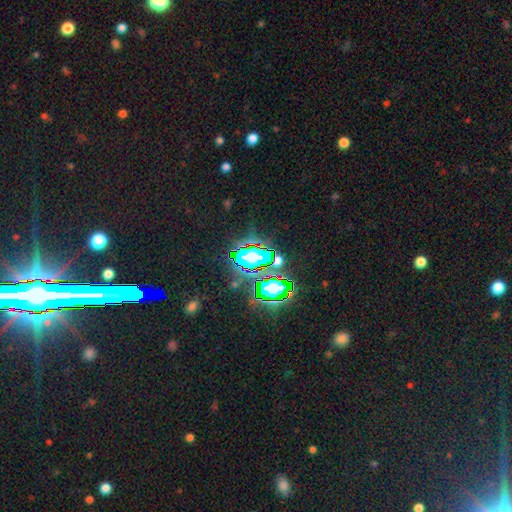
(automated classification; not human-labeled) Smooth or featured?
  - star or artifact: 82% *
  - smooth: 11%
  - featured or disk: 8%